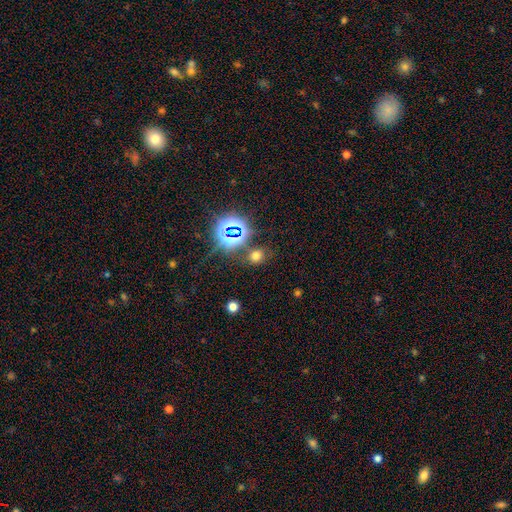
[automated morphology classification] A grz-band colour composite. It shows a smooth galaxy with no disk features (57%) that is round (64%). Merging: none (74%).